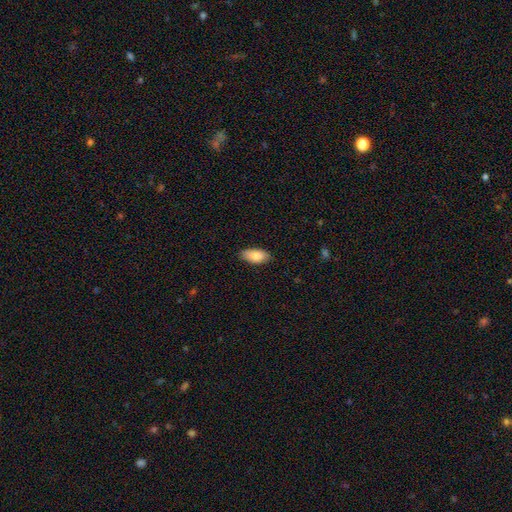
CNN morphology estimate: The model was most divided on "merging": none: 85%, minor disturbance: 12%, major disturbance: 2%, merger: 1%. More confident: how rounded — in between (91%); smooth or featured — smooth (85%).